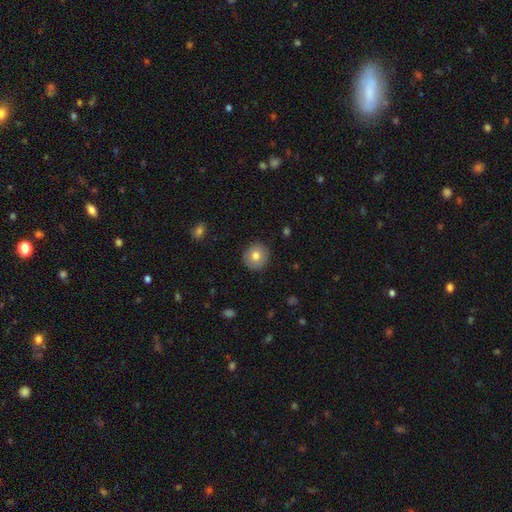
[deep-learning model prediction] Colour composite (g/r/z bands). It shows a smooth galaxy with no disk features (76%) that is round (92%). Merging: none (90%).